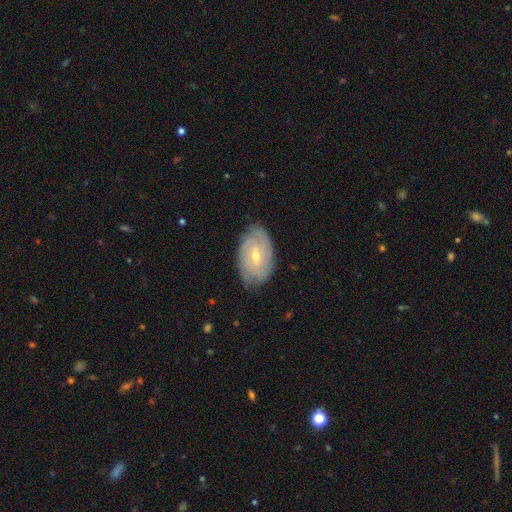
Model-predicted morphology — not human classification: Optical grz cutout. It shows a featured or disk galaxy (70%) with a weak bar (50%), tight (67%) spiral arms (84%) and a small central bulge (55%). Merging: none (79%).